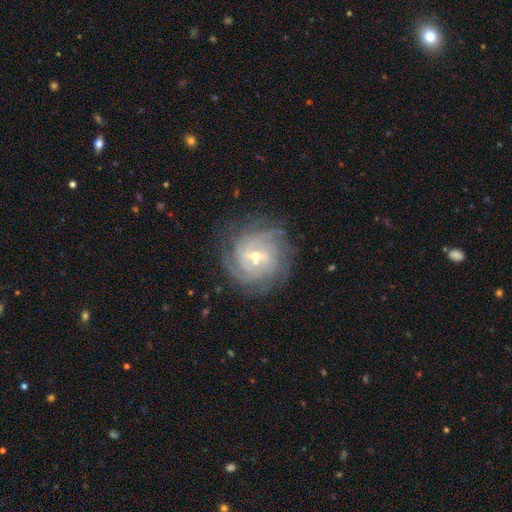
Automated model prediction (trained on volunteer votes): Morphology: type=featured or disk (84%); edge-on=no (96%); bar=weak (53%); spiral arms=yes (96%); winding=tight (73%); arm count=can't tell (31%); bulge=small (55%); merging=none (80%).